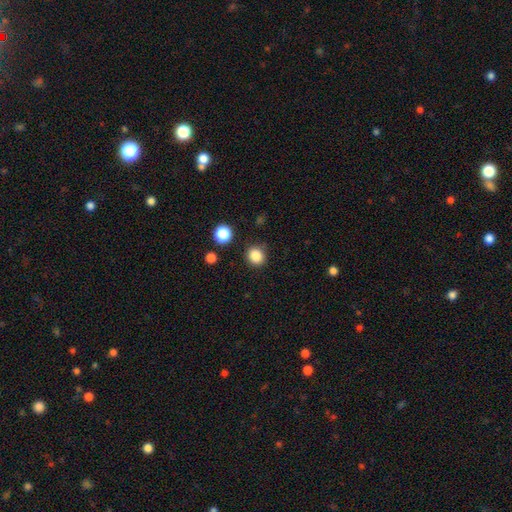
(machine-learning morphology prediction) smooth-or-featured: smooth: 85% | star or artifact: 11% | featured or disk: 4%
  how-rounded: round: 83% | in between: 16% | cigar-shaped: 1%
  merging: none: 86% | minor disturbance: 9% | major disturbance: 3% | merger: 2%